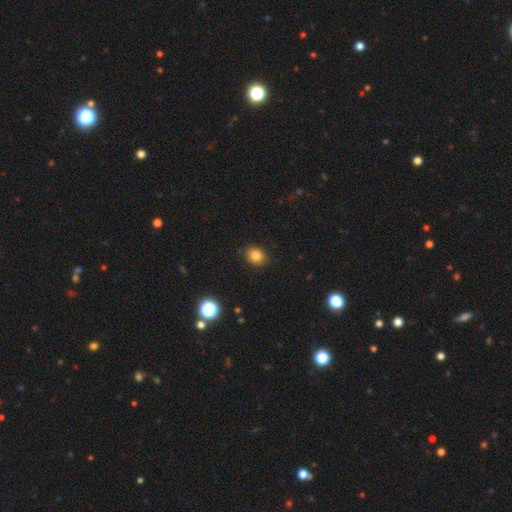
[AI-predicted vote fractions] Smooth or featured: smooth — 82% (star or artifact — 12%)
How rounded: round — 65% (in between — 34%)
Merging: none — 86% (minor disturbance — 11%)